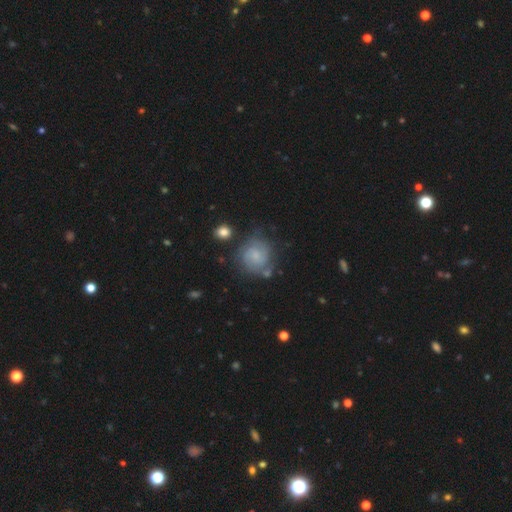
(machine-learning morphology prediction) A featured or disk galaxy (58%) with no bar (63%), 2 (57%) tight (49%) spiral arms (88%) and a small central bulge (55%).

Vote fractions:
- Smooth or featured? featured or disk: 58% / smooth: 34% / star or artifact: 8%
- Edge-on disk? no: 98% / yes: 2%
- Bar? no: 63% / weak: 33% / strong: 4%
- Spiral arms? yes: 88% / no: 12%
- Spiral winding? tight: 49% / medium: 38% / loose: 13%
- Spiral arm count? 2: 57% / can't tell: 24% / 3: 9% / 1: 4% / 4: 3% / more than 4: 2%
- Bulge size? small: 55% / moderate: 23% / none: 18% / large: 3% / dominant: 1%
- Merging? none: 62% / minor disturbance: 21% / major disturbance: 10% / merger: 7%